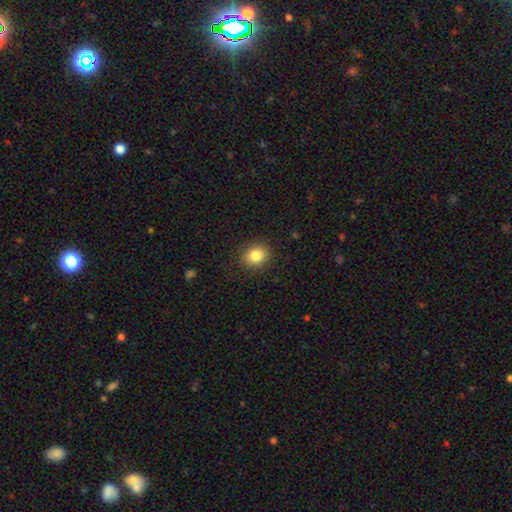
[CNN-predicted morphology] A smooth galaxy with no disk features (84%) that is round (63%).

Vote fractions:
- Smooth or featured? smooth: 84% / star or artifact: 10% / featured or disk: 6%
- How rounded? round: 63% / in between: 36% / cigar-shaped: 1%
- Merging? none: 88% / minor disturbance: 9% / major disturbance: 3% / merger: 1%